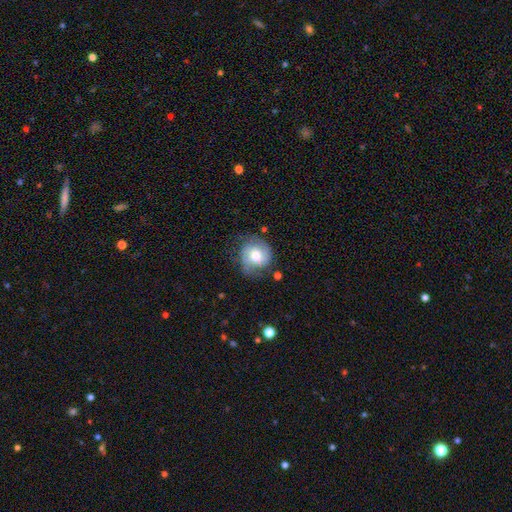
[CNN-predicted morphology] Smooth or featured? smooth (52%)
How rounded? round (81%)
Merging? none (61%)